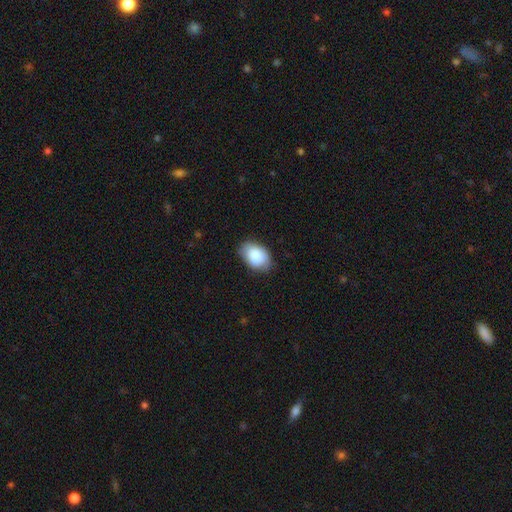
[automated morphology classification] The model was most divided on "merging": none: 79%, minor disturbance: 17%, major disturbance: 3%, merger: 1%. More confident: how rounded — in between (88%); smooth or featured — smooth (86%).